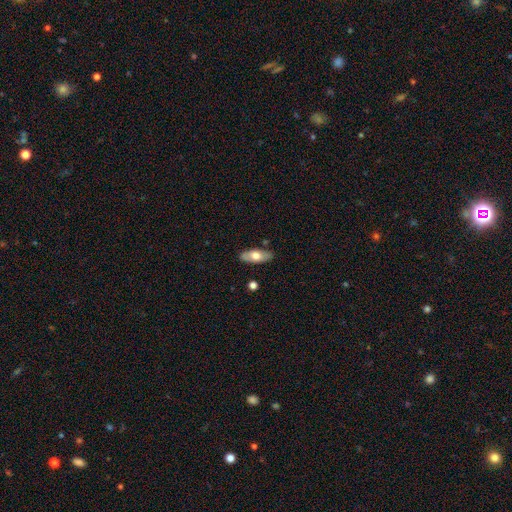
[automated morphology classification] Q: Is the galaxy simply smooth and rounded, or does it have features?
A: smooth — 64%.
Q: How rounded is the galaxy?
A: in between — 80%.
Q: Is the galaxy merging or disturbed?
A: none — 84%.